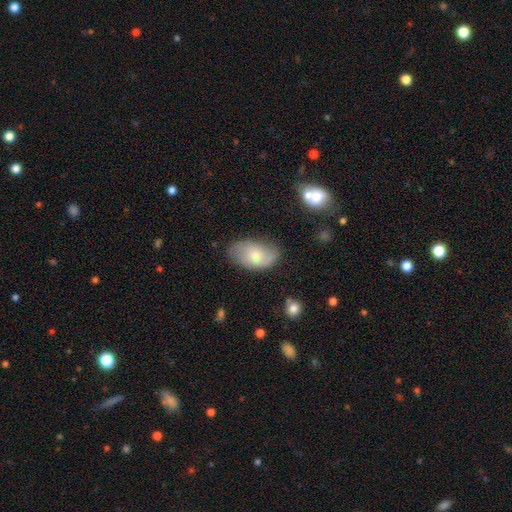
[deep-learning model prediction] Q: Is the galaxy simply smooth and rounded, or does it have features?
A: smooth — 58%.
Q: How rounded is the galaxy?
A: in between — 92%.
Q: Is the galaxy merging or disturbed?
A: none — 67%.